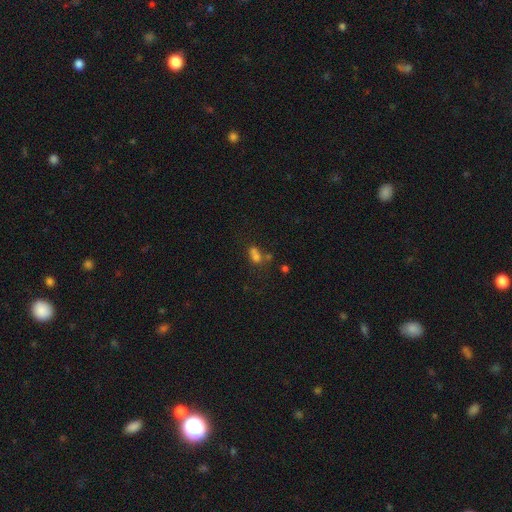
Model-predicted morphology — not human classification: Smooth or featured?
  - smooth: 64% *
  - star or artifact: 19%
  - featured or disk: 16%
How rounded?
  - in between: 54% *
  - round: 43%
  - cigar-shaped: 3%
Merging?
  - merger: 52% *
  - none: 30%
  - minor disturbance: 11%
  - major disturbance: 7%